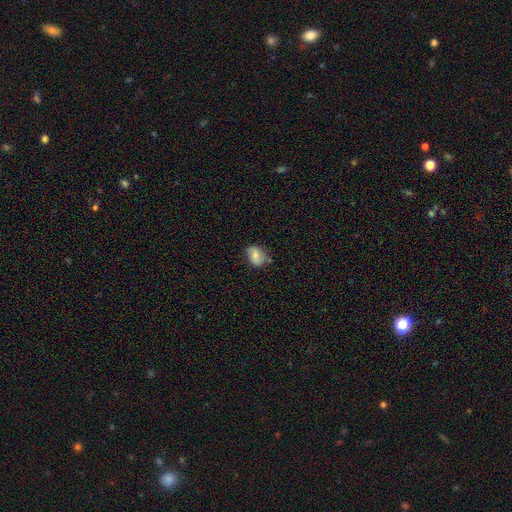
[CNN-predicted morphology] A smooth galaxy with no disk features (66%) that is in between round and cigar-shaped (66%).

Vote fractions:
- Smooth or featured? smooth: 66% / featured or disk: 26% / star or artifact: 8%
- How rounded? in between: 66% / round: 32% / cigar-shaped: 1%
- Merging? none: 66% / minor disturbance: 25% / major disturbance: 5% / merger: 3%